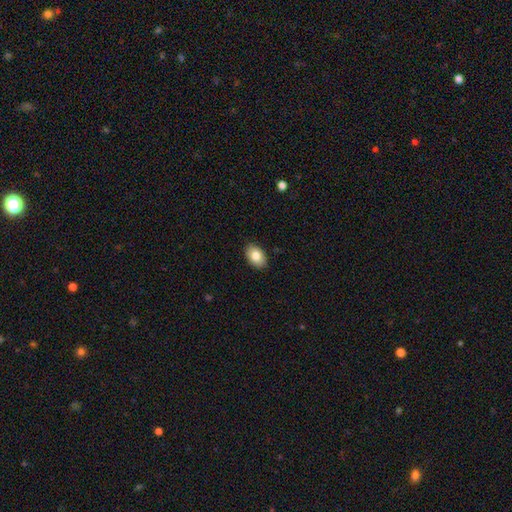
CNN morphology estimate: This is clearly a smooth galaxy (81%). How rounded: clearly in between (87%). Merging: clearly none (88%).